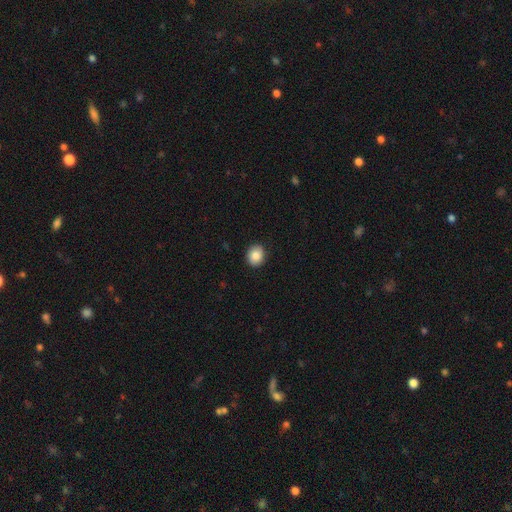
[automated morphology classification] Overall: smooth (87%). How rounded: round (71%). Merging: none (90%).